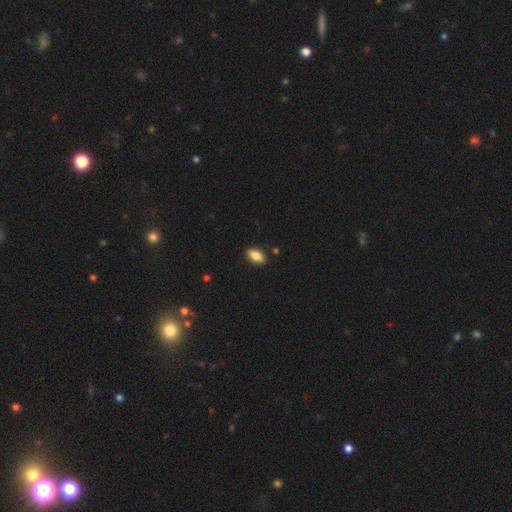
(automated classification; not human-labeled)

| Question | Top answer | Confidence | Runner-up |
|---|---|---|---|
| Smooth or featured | smooth | 83% | featured or disk (10%) |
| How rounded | in between | 91% | cigar-shaped (6%) |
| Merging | none | 88% | minor disturbance (8%) |